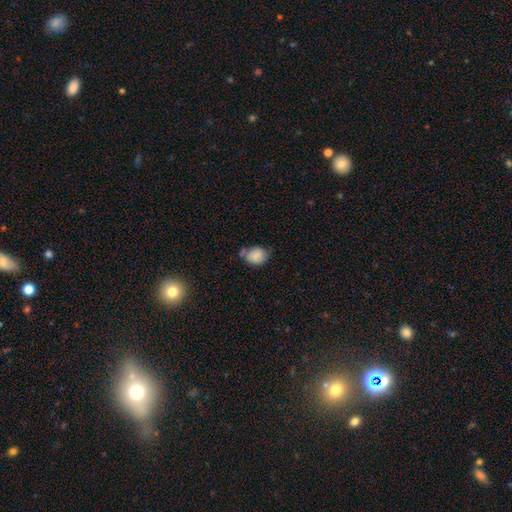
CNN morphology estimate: smooth_or_featured: smooth (p=0.82) [alt: featured or disk p=0.09]
how_rounded: in between (p=0.54) [alt: round p=0.45]
merging: none (p=0.43) [alt: minor disturbance p=0.33]